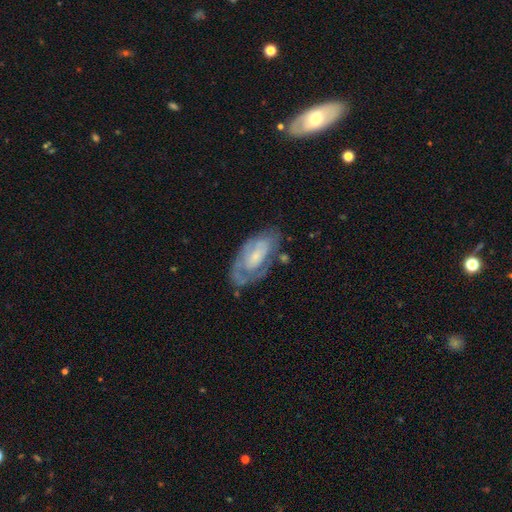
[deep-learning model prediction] Smooth or featured? featured or disk (67%)
Edge-on disk? no (92%)
Bar? no (67%)
Spiral arms? yes (66%)
Bulge size? small (56%)
Merging? none (54%)